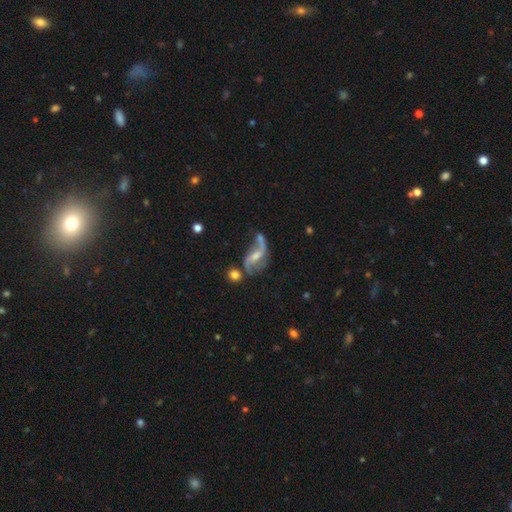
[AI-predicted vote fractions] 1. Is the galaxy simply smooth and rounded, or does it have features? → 81% featured or disk, 12% smooth, 7% star or artifact.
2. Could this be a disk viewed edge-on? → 96% no, 4% yes.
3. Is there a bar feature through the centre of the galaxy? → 47% weak, 26% no, 26% strong.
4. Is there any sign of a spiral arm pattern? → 91% yes, 9% no.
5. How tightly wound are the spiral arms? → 78% loose, 18% medium, 4% tight.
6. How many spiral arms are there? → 87% 2, 6% 1, 4% can't tell, 2% 3, 1% 4, 1% more than 4.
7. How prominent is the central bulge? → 43% small (tied), 43% moderate (tied), 9% none, 4% large, 1% dominant.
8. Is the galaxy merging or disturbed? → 41% none, 20% major disturbance, 20% merger, 19% minor disturbance.